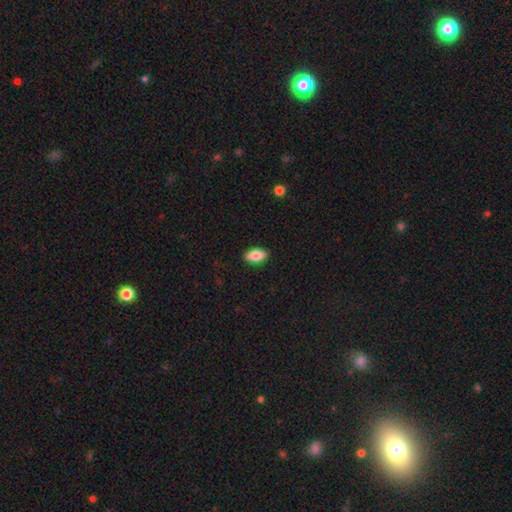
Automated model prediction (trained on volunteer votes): Smooth or featured? smooth (81%)
How rounded? in between (88%)
Merging? none (89%)